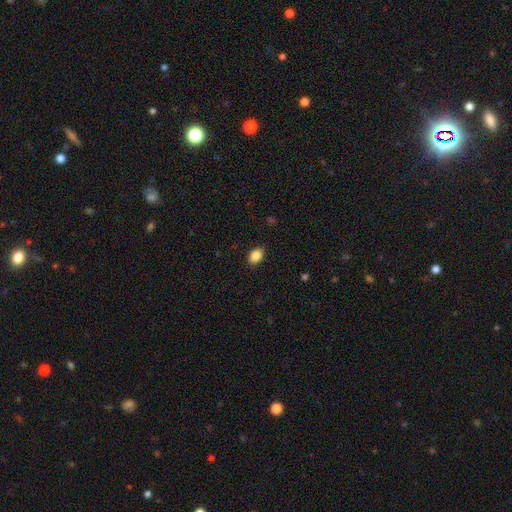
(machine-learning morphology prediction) smooth_or_featured: smooth (p=0.87) [alt: star or artifact p=0.09]
how_rounded: in between (p=0.77) [alt: round p=0.22]
merging: none (p=0.87) [alt: minor disturbance p=0.09]